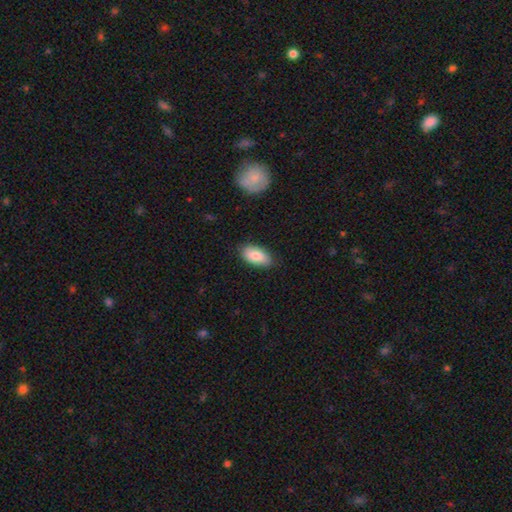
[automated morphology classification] This is clearly a smooth galaxy (82%). How rounded: clearly in between (93%). Merging: clearly none (84%).